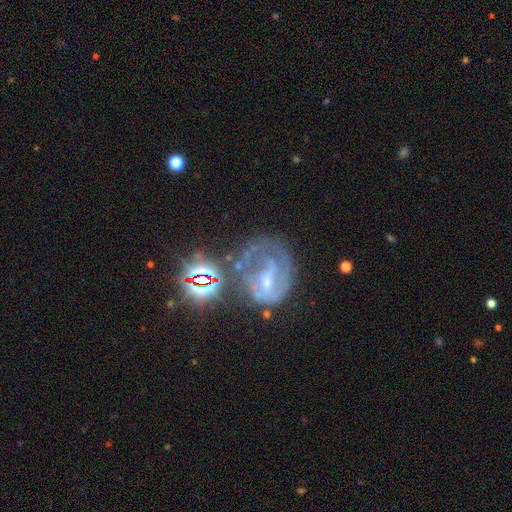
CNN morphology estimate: Q: Smooth or featured?
A: featured or disk (69%); runner-up: star or artifact (18%)
Q: Edge-on disk?
A: no (96%); runner-up: yes (4%)
Q: Bar?
A: weak (41%); runner-up: no (33%)
Q: Spiral arms?
A: yes (79%); runner-up: no (21%)
Q: Spiral winding?
A: tight (61%); runner-up: medium (28%)
Q: Spiral arm count?
A: 2 (42%); runner-up: can't tell (31%)
Q: Bulge size?
A: small (65%); runner-up: moderate (27%)
Q: Merging?
A: none (50%); runner-up: merger (22%)